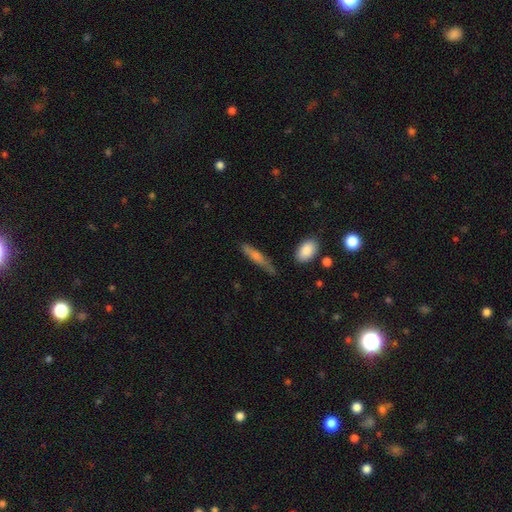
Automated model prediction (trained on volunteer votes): smooth 56%, featured or disk 35%, star or artifact 9%. Down the decision tree: how rounded — cigar-shaped (84%); merging — none (75%).